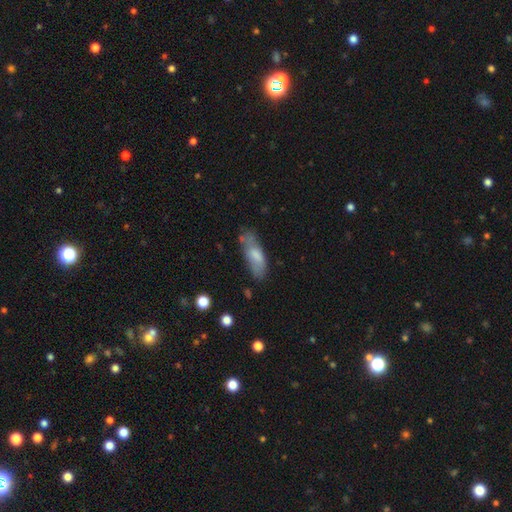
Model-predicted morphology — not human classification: Smooth or featured? Predicted: smooth (p=0.69). How rounded? Predicted: in between (p=0.63). Merging? Predicted: none (p=0.58).